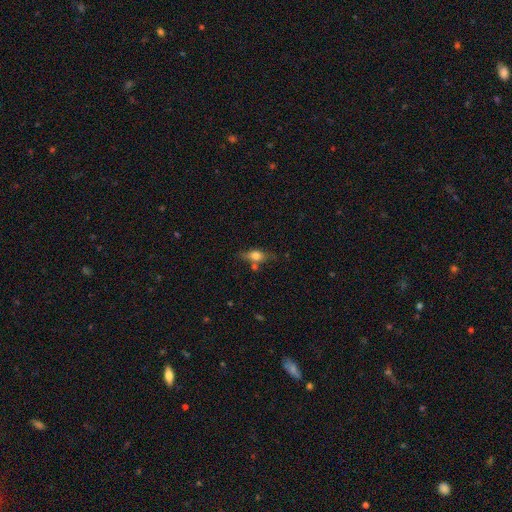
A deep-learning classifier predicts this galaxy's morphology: Overall: smooth (68%). How rounded: in between (72%). Merging: none (62%).